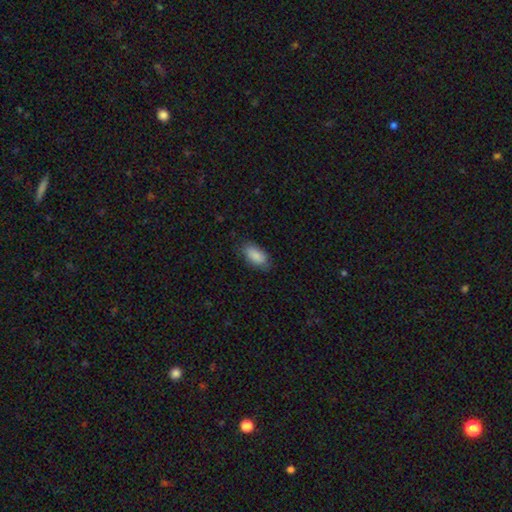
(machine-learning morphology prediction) Smooth or featured? smooth (88%)
How rounded? in between (93%)
Merging? none (80%)